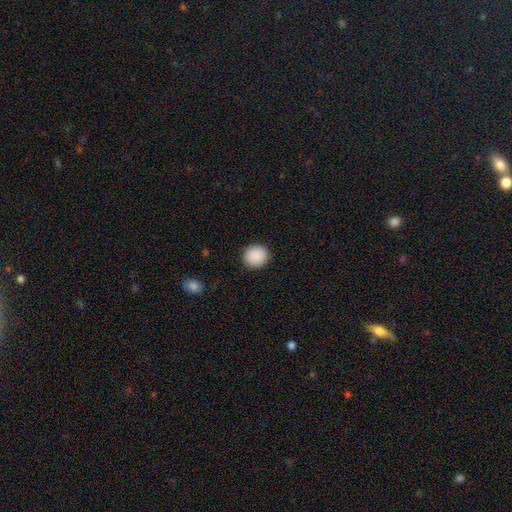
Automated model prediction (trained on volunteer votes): Smooth or featured?
  - smooth: 90% *
  - star or artifact: 7%
  - featured or disk: 3%
How rounded?
  - round: 89% *
  - in between: 10%
  - cigar-shaped: 1%
Merging?
  - none: 92% *
  - minor disturbance: 5%
  - major disturbance: 2%
  - merger: 1%